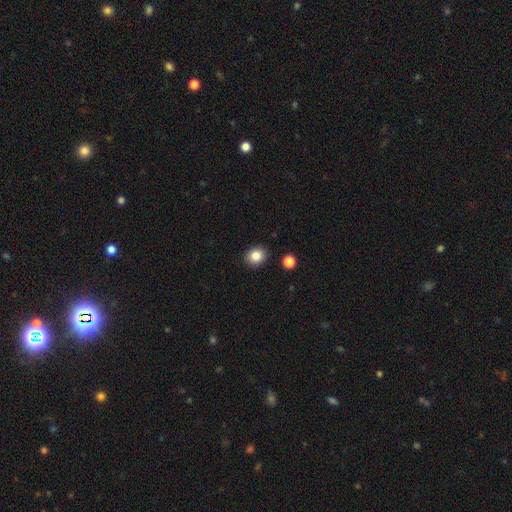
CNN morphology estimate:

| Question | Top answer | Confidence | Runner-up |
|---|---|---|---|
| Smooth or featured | smooth | 85% | star or artifact (10%) |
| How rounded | round | 65% | in between (34%) |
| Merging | none | 89% | minor disturbance (7%) |